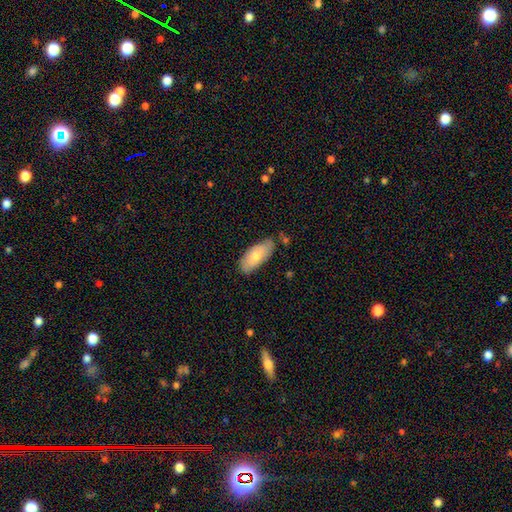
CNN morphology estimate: type=smooth (73%); roundness=in between (88%); merging=none (71%).